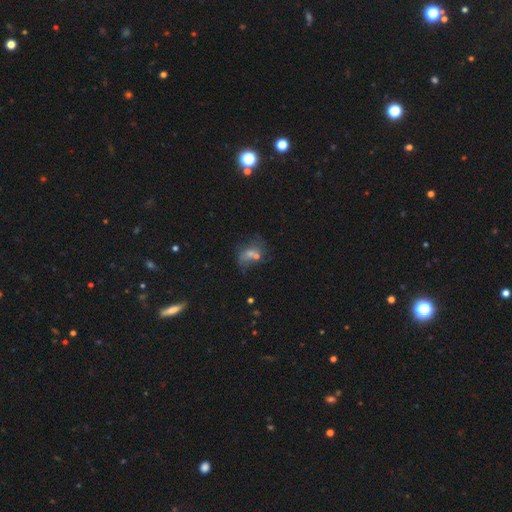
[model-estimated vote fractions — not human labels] This appears to be a featured or disk galaxy (38%). Merging: merger (34%).